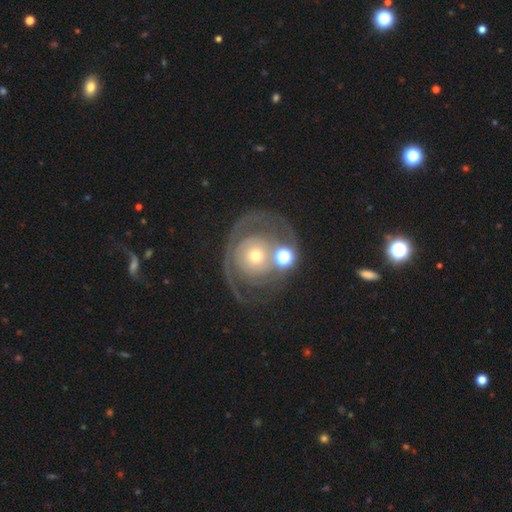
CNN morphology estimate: smooth-or-featured: featured or disk: 74% | smooth: 18% | star or artifact: 7%
  disk-edge-on: no: 96% | yes: 4%
    bar: no: 87% | weak: 9% | strong: 4%
    has-spiral-arms: yes: 64% | no: 36%
    bulge-size: small: 54% | moderate: 39% | large: 4% | dominant: 2% | none: 2%
  merging: none: 58% | minor disturbance: 16% | major disturbance: 14% | merger: 12%